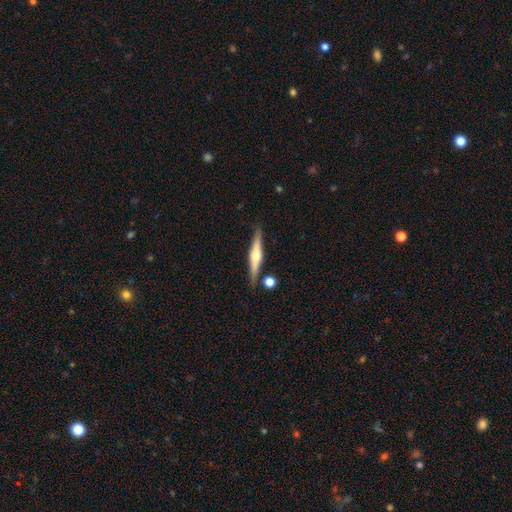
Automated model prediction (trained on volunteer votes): This appears to be a featured or disk galaxy (68%) viewed edge-on (97%) with a rounded central bulge (83%). Merging: none (84%).